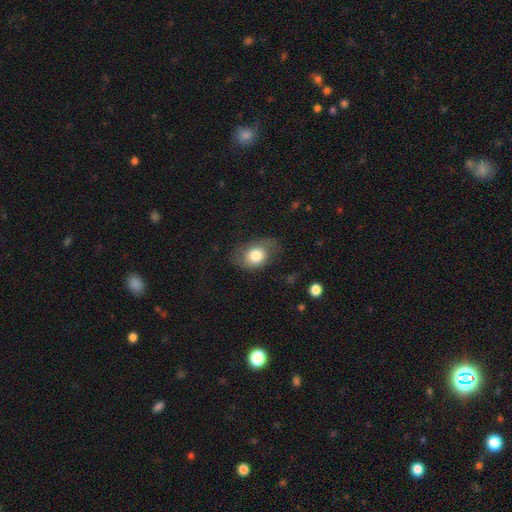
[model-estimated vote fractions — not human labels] Smooth or featured? Predicted: smooth (p=0.71). How rounded? Predicted: in between (p=0.72). Merging? Predicted: none (p=0.62).